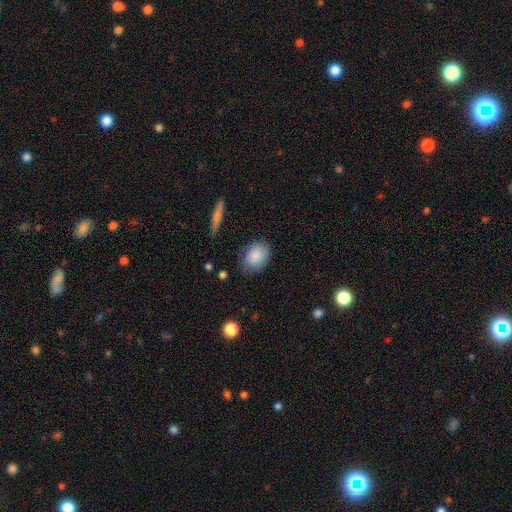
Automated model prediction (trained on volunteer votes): Morphology: type=smooth (87%); roundness=in between (70%); merging=none (77%).